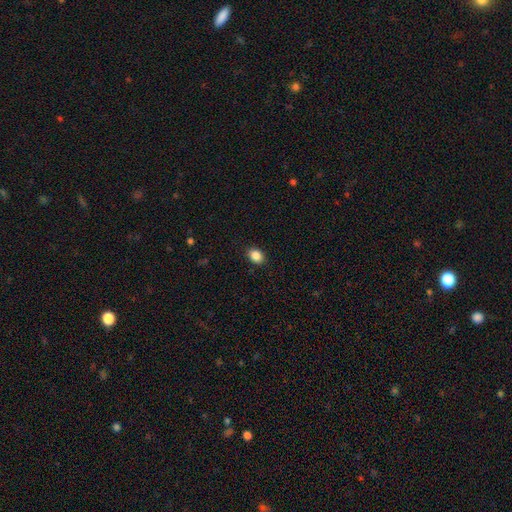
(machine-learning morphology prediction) Smooth or featured?
  - smooth: 87% *
  - star or artifact: 9%
  - featured or disk: 4%
How rounded?
  - in between: 64% *
  - round: 35%
  - cigar-shaped: 1%
Merging?
  - none: 89% *
  - minor disturbance: 8%
  - major disturbance: 2%
  - merger: 1%